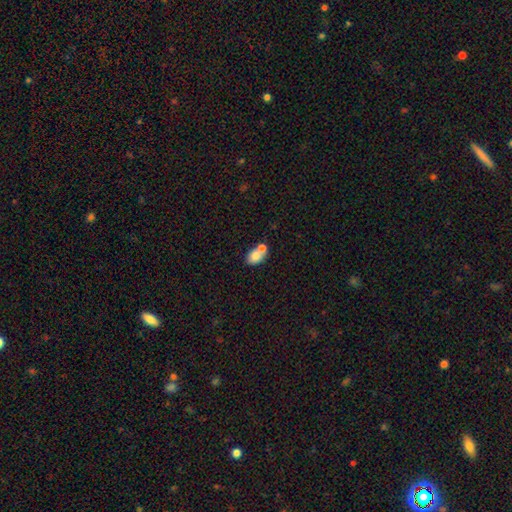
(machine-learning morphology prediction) Smooth or featured?
  - smooth: 78% *
  - featured or disk: 13%
  - star or artifact: 9%
How rounded?
  - in between: 73% *
  - round: 25%
  - cigar-shaped: 1%
Merging?
  - merger: 46% *
  - none: 39%
  - minor disturbance: 11%
  - major disturbance: 4%